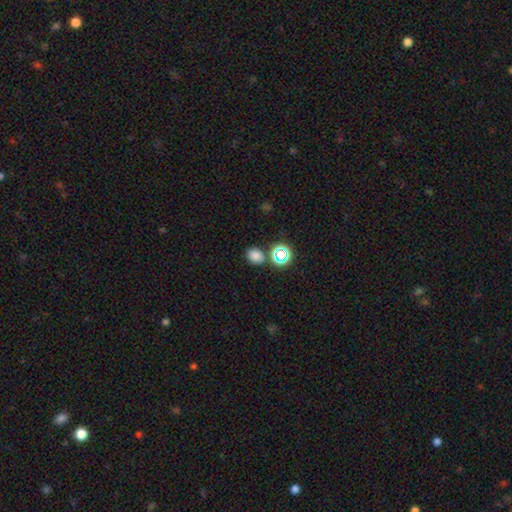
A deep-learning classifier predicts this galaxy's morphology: smooth 72%, star or artifact 22%, featured or disk 5%. Down the decision tree: how rounded — round (55%); merging — none (77%).